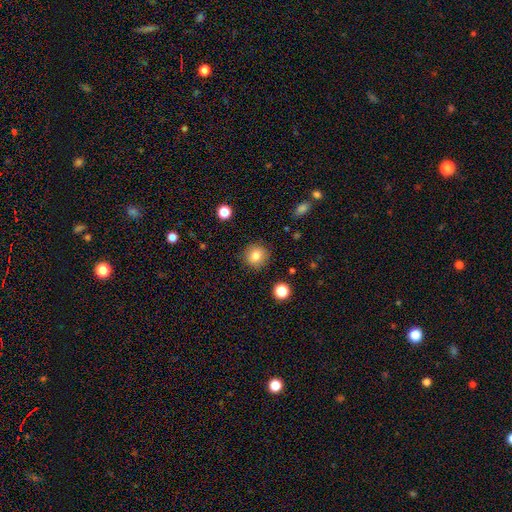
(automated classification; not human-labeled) Q: Smooth or featured?
A: smooth (81%); runner-up: star or artifact (10%)
Q: How rounded?
A: round (92%); runner-up: in between (7%)
Q: Merging?
A: none (89%); runner-up: minor disturbance (7%)